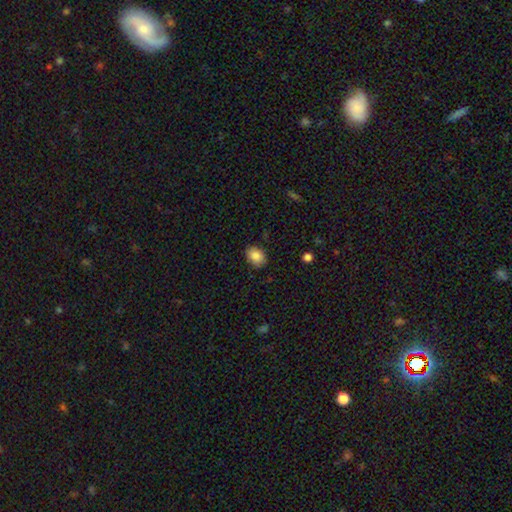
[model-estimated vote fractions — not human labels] smooth_or_featured: smooth (p=0.86) [alt: star or artifact p=0.08]
how_rounded: in between (p=0.63) [alt: round p=0.36]
merging: none (p=0.84) [alt: minor disturbance p=0.13]